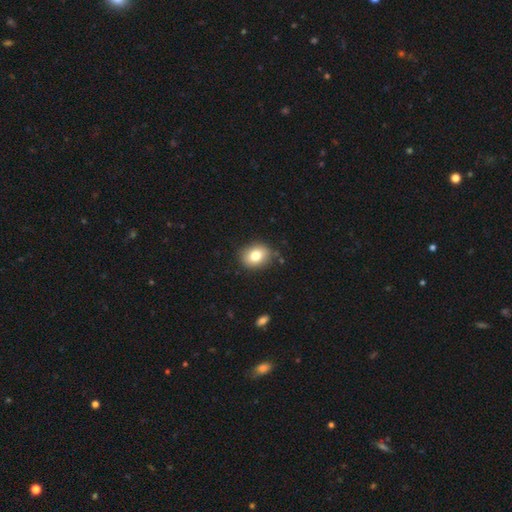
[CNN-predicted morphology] Overall: smooth (79%). How rounded: in between (52%; round 47%). Merging: none (84%).